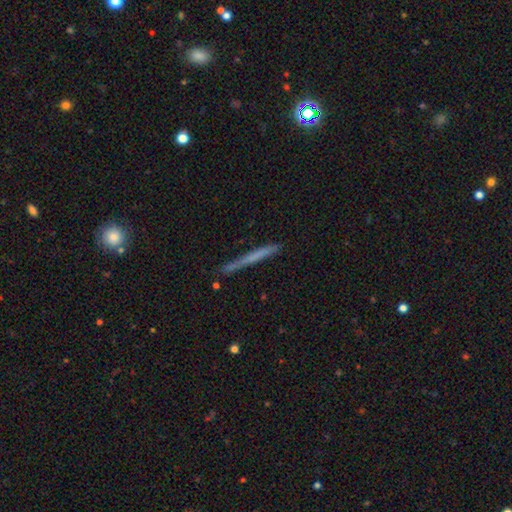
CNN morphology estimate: A smooth galaxy with no disk features (57%) that is cigar-shaped (97%).

Vote fractions:
- Smooth or featured? smooth: 57% / featured or disk: 37% / star or artifact: 7%
- How rounded? cigar-shaped: 97% / in between: 2% / round: 1%
- Merging? none: 82% / minor disturbance: 13% / major disturbance: 2% / merger: 2%